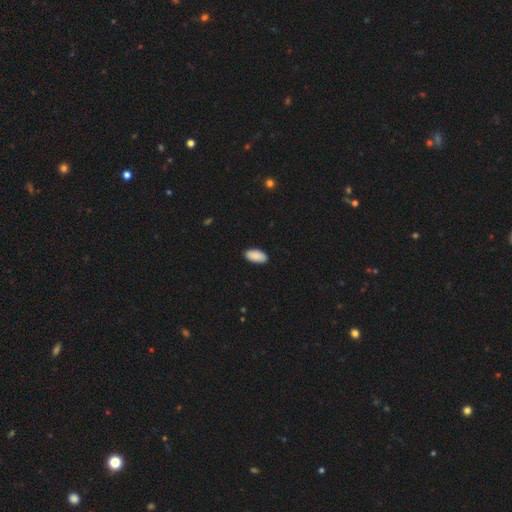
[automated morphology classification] type=smooth (91%); roundness=in between (95%); merging=none (89%).